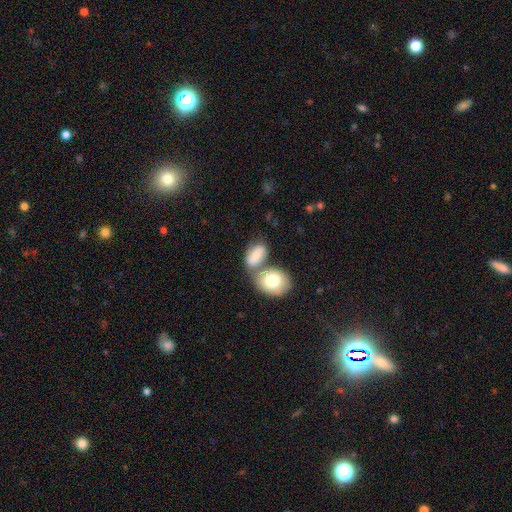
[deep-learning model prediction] This appears to be a smooth galaxy with no disk features (76%) that is in between round and cigar-shaped (87%). Merging: merger (47%).